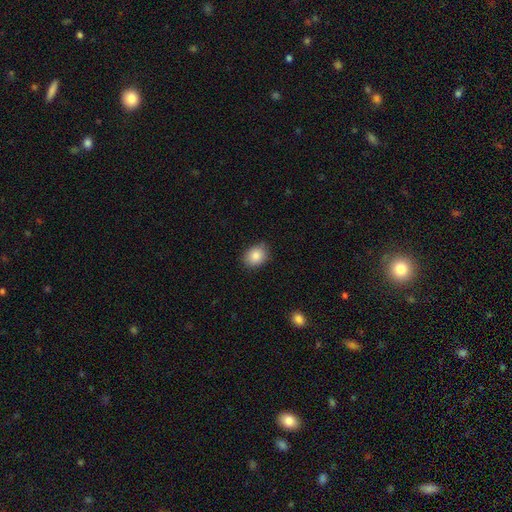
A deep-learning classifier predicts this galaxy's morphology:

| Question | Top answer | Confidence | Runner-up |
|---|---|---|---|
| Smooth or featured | smooth | 87% | star or artifact (8%) |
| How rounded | in between | 57% | round (42%) |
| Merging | none | 83% | minor disturbance (13%) |